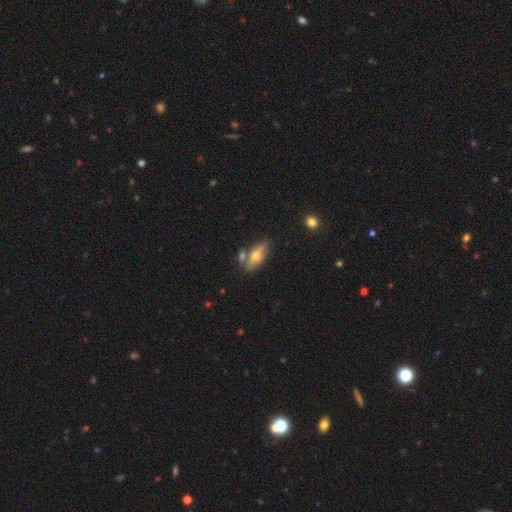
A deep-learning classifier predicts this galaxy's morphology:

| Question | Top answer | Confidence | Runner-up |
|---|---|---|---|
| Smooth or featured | smooth | 53% | featured or disk (40%) |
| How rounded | in between | 65% | cigar-shaped (32%) |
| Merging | none | 65% | merger (16%) |